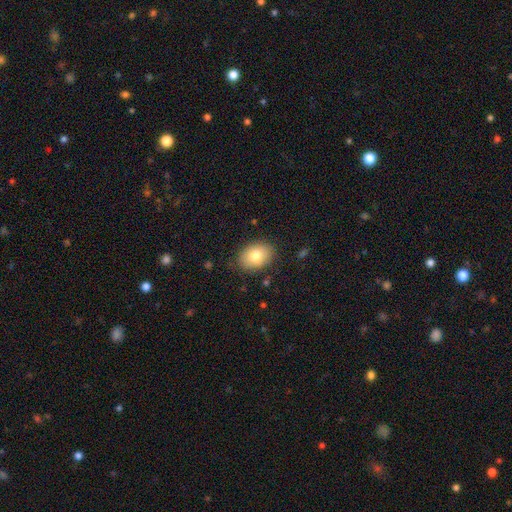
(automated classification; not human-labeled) A smooth galaxy with no disk features (79%) that is in between round and cigar-shaped (78%). Merging: none (85%).